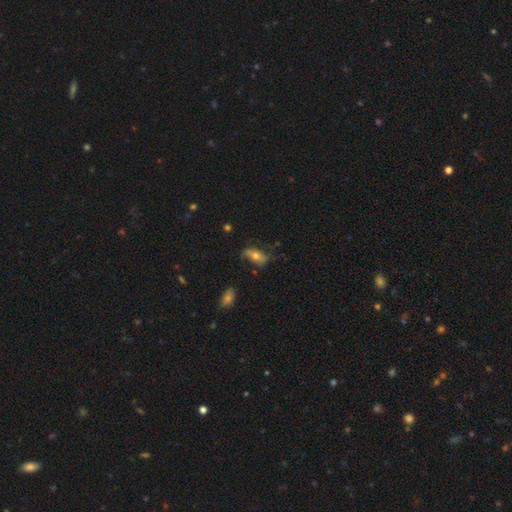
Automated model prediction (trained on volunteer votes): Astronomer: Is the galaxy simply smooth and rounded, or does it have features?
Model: smooth — 51% (runner-up: featured or disk, 40%).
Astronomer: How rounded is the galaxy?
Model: in between — 83%.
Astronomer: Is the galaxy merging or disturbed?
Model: none — 55%.